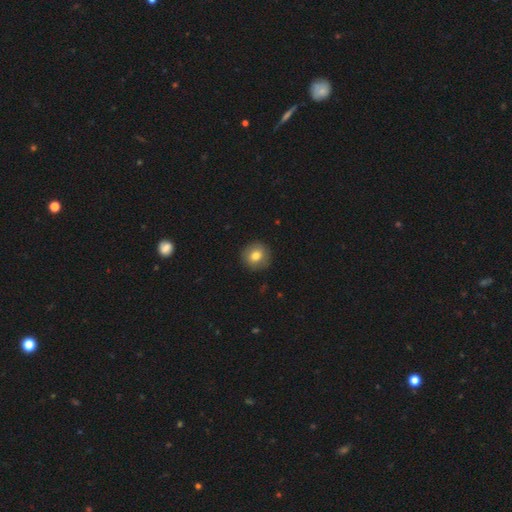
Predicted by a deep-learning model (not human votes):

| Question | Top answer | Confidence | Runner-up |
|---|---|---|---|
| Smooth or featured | smooth | 78% | featured or disk (13%) |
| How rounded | round | 91% | in between (8%) |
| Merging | none | 90% | minor disturbance (7%) |